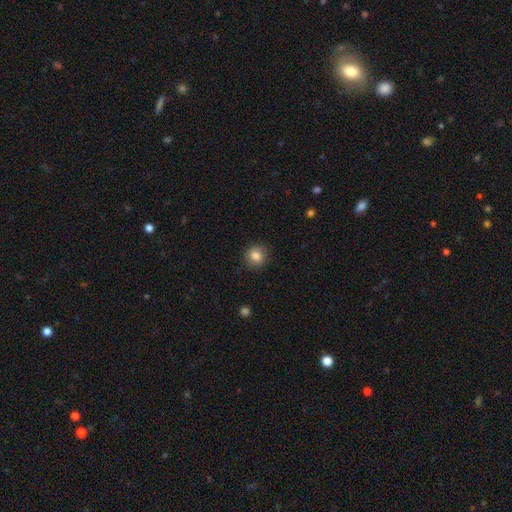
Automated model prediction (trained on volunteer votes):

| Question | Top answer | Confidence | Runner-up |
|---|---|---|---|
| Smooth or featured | smooth | 84% | star or artifact (10%) |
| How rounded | round | 82% | in between (17%) |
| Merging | none | 88% | minor disturbance (9%) |